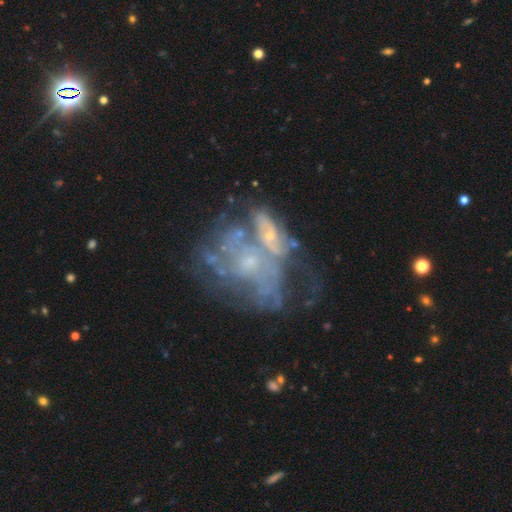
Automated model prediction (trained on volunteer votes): The model was most divided on "merging": merger: 35%, none: 26%, major disturbance: 26%, minor disturbance: 13%. More confident: edge-on disk — no (97%); bar — no (83%); smooth or featured — featured or disk (71%); spiral arms — no (63%); bulge size — small (51%).